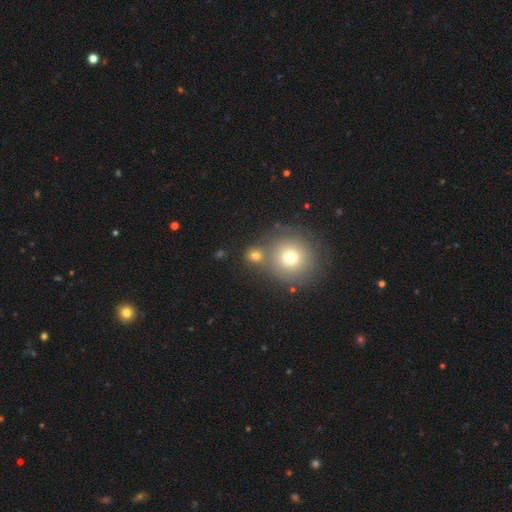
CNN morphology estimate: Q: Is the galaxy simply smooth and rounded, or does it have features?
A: smooth — 74%.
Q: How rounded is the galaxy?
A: round — 87%.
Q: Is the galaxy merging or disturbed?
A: none — 57%.